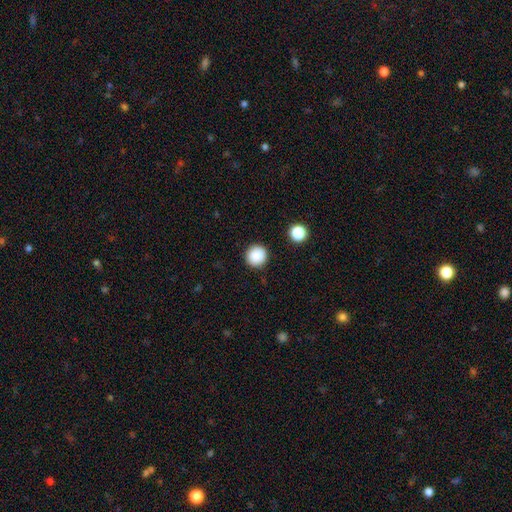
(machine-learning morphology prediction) The model was most divided on "smooth or featured": smooth: 87%, star or artifact: 9%, featured or disk: 4%. More confident: how rounded — round (95%); merging — none (91%).